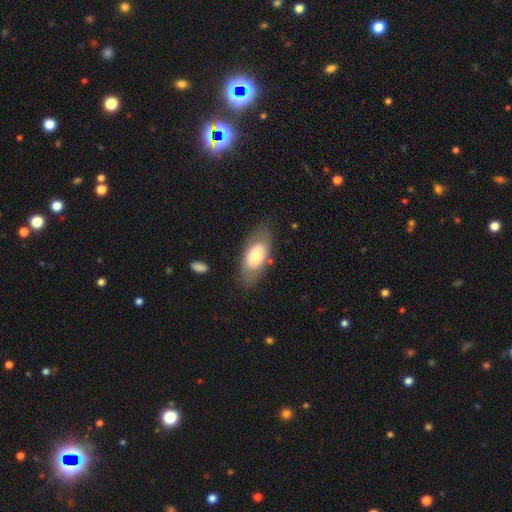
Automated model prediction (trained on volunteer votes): This appears to be a smooth galaxy with no disk features (65%) that is in between round and cigar-shaped (90%). Merging: none (74%).